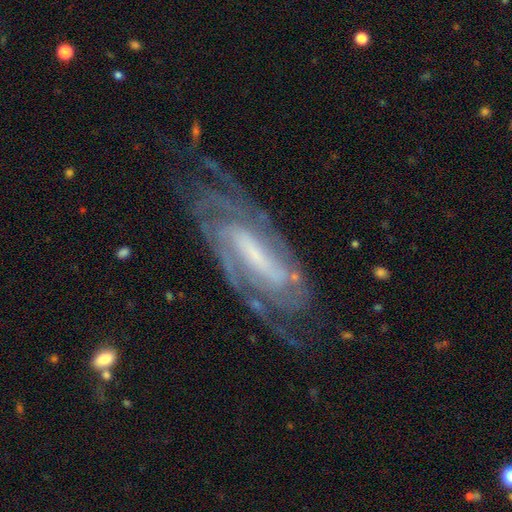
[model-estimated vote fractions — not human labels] This is clearly a featured or disk galaxy (88%). It is clearly not viewed edge-on (92%). Bar: marginally strong (42%). Spiral arm pattern: clearly yes (97%). Spiral arm count: marginally 2 (42%). Spiral winding: likely tight (62%). Central bulge: possibly small (49%). Merging: likely none (73%).